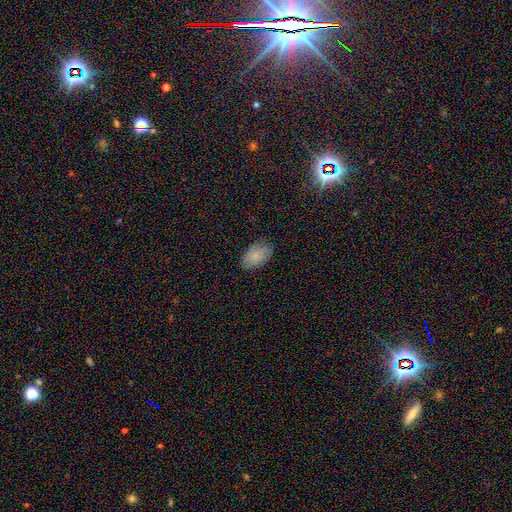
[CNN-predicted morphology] Q: Smooth or featured?
A: smooth (82%); runner-up: featured or disk (10%)
Q: How rounded?
A: in between (91%); runner-up: round (7%)
Q: Merging?
A: none (82%); runner-up: minor disturbance (14%)